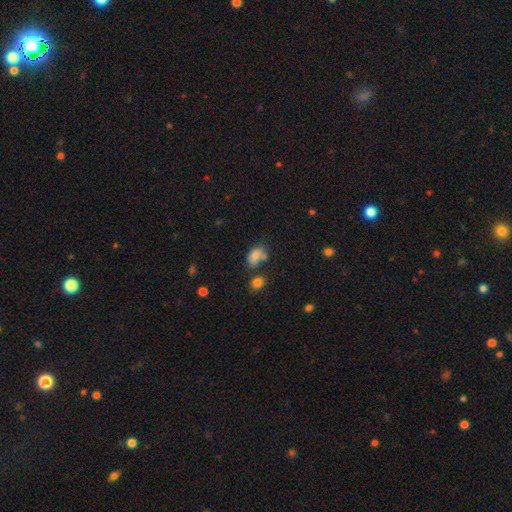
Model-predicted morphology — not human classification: This appears to be a smooth galaxy with no disk features (81%) that is in between round and cigar-shaped (86%). Merging: none (48%).